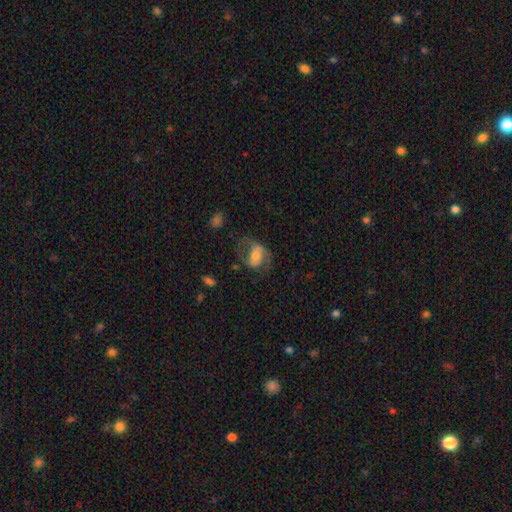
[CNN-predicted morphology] Smooth or featured? featured or disk (56%)
Edge-on disk? no (96%)
Bar? no (47%)
Spiral arms? yes (71%)
Bulge size? moderate (48%)
Merging? none (44%)